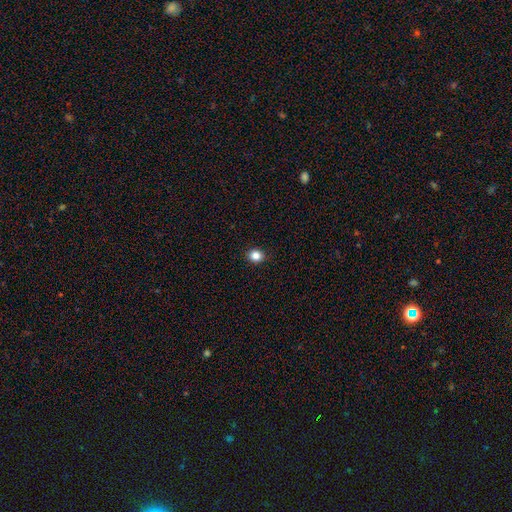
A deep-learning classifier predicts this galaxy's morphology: Smooth or featured?
  - smooth: 84% *
  - star or artifact: 11%
  - featured or disk: 4%
How rounded?
  - round: 74% *
  - in between: 25%
  - cigar-shaped: 1%
Merging?
  - none: 92% *
  - minor disturbance: 6%
  - major disturbance: 2%
  - merger: 1%